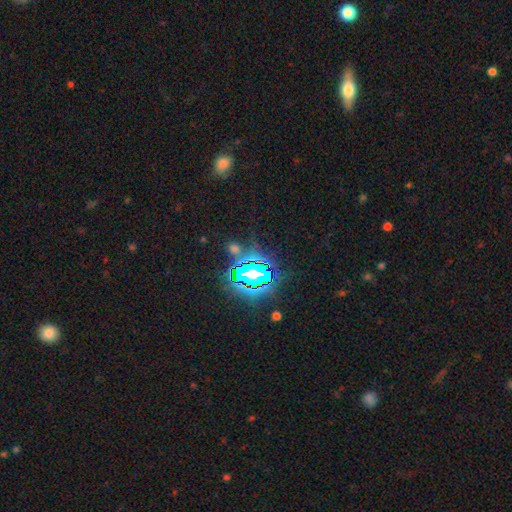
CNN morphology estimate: Smooth or featured? Predicted: star or artifact (p=0.80).